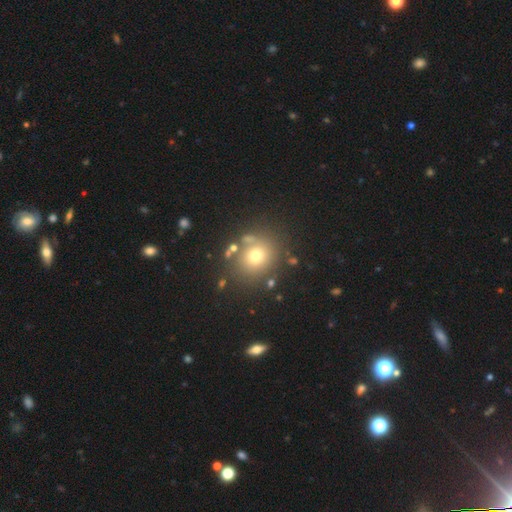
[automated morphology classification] smooth-or-featured: smooth: 69% | star or artifact: 17% | featured or disk: 14%
  how-rounded: round: 78% | in between: 21% | cigar-shaped: 1%
  merging: none: 76% | minor disturbance: 11% | merger: 8% | major disturbance: 5%